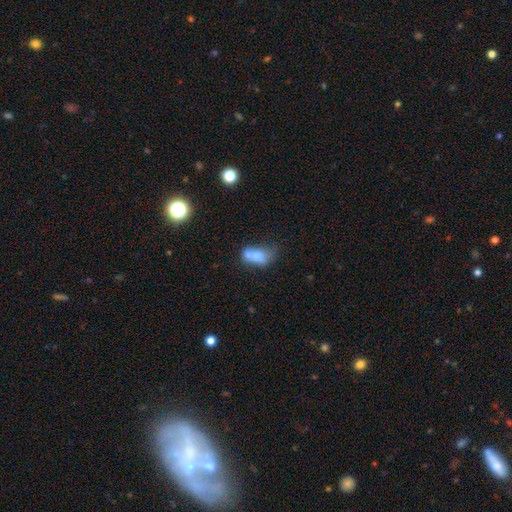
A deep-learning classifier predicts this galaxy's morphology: A smooth galaxy with no disk features (66%) that is in between round and cigar-shaped (81%).

Vote fractions:
- Smooth or featured? smooth: 66% / featured or disk: 23% / star or artifact: 10%
- How rounded? in between: 81% / round: 15% / cigar-shaped: 4%
- Merging? merger: 48% / none: 24% / minor disturbance: 17% / major disturbance: 12%